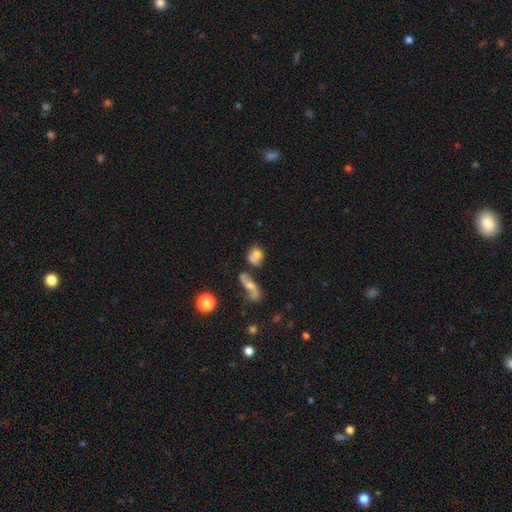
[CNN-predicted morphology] smooth 67%, featured or disk 22%, star or artifact 11%. Down the decision tree: how rounded — round (59%); merging — none (38%, tied with merger).